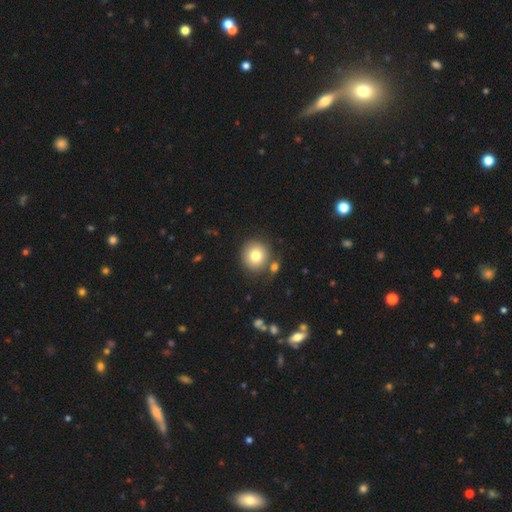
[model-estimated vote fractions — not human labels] Morphology: type=smooth (78%); roundness=round (92%); merging=none (77%).